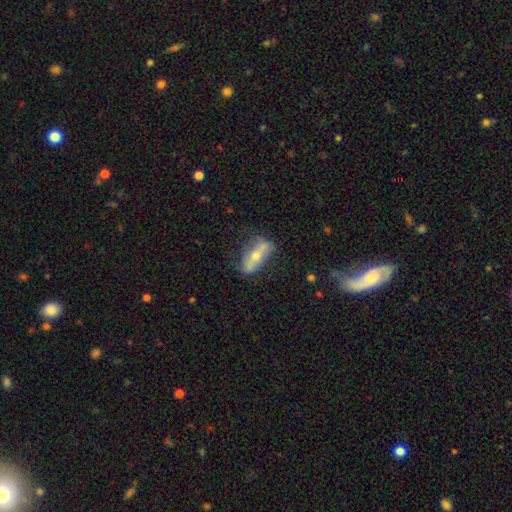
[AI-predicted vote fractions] The model was most divided on "edge-on disk": no: 51%, yes: 49%. More confident: merging — none (66%); smooth or featured — featured or disk (58%).